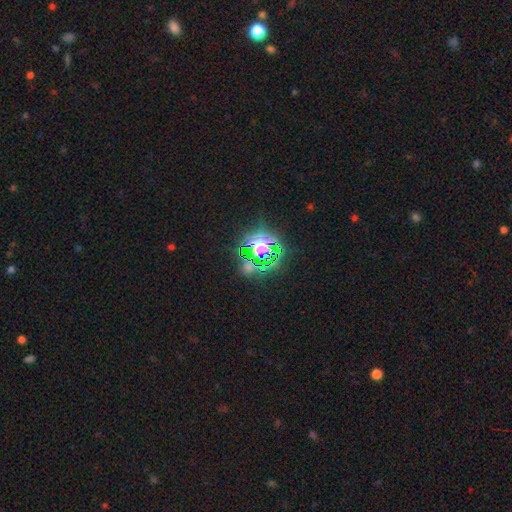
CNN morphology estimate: type=star or artifact (78%).